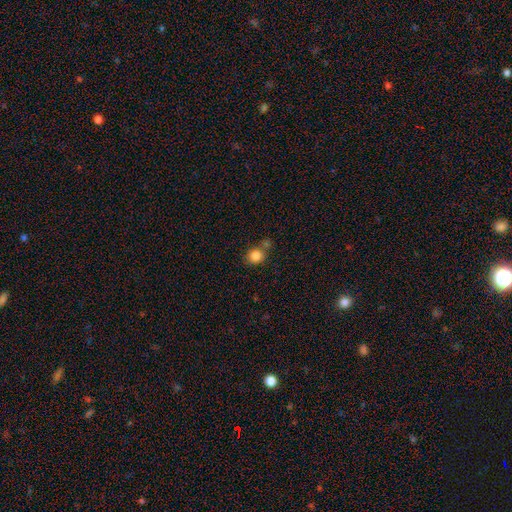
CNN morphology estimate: smooth 85%, star or artifact 10%, featured or disk 5%. Down the decision tree: how rounded — round (79%); merging — none (63%).